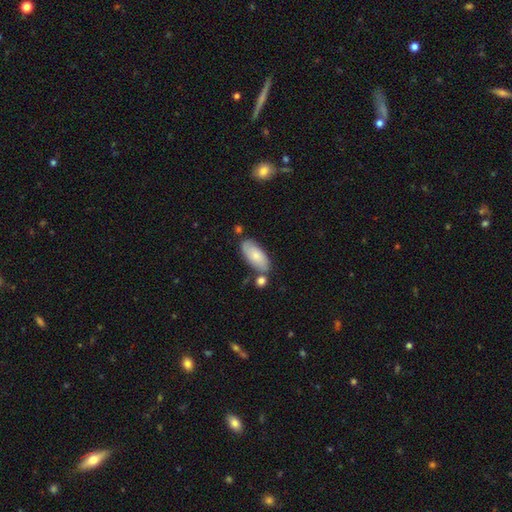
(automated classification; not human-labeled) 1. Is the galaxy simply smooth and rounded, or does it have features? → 73% smooth, 21% featured or disk, 6% star or artifact.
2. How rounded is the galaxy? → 89% in between, 9% cigar-shaped, 2% round.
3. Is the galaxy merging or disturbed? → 66% none, 18% minor disturbance, 13% merger, 4% major disturbance.